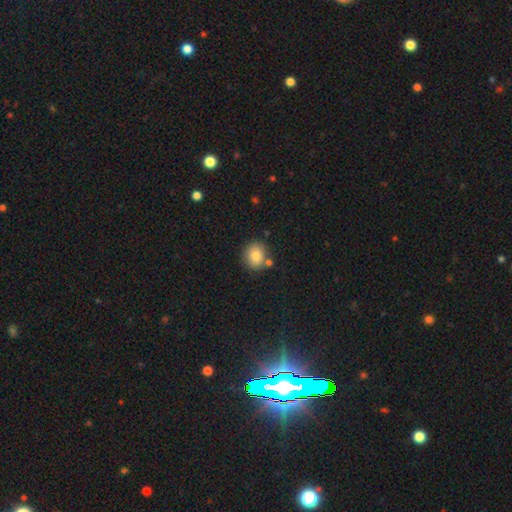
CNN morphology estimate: Smooth or featured: smooth — 83% (star or artifact — 9%)
How rounded: round — 72% (in between — 27%)
Merging: none — 75% (minor disturbance — 12%)